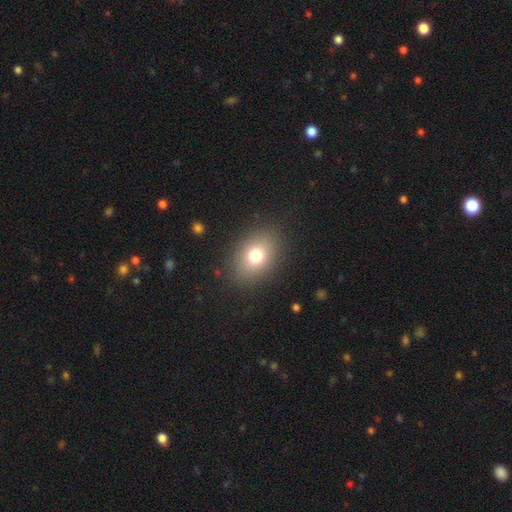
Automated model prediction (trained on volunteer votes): Morphology: type=smooth (76%); roundness=in between (69%); merging=none (86%).